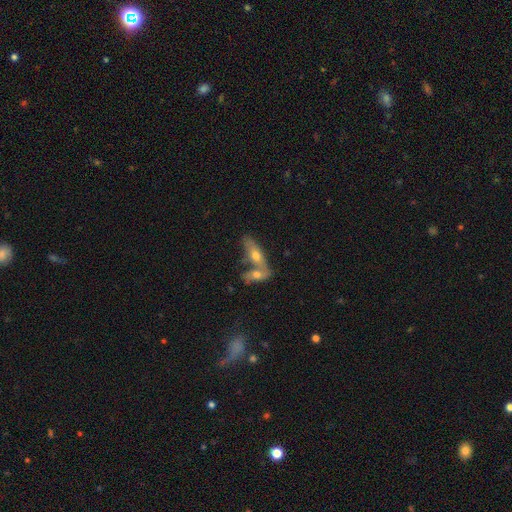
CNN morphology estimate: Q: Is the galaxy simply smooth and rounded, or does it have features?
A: featured or disk — 49%.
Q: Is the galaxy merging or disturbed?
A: merger — 48%.